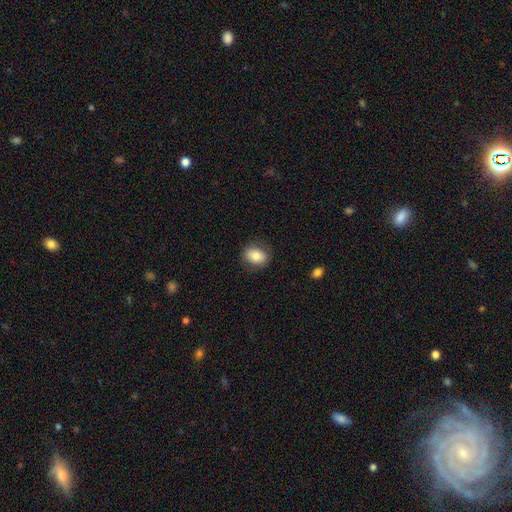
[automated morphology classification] Q: Smooth or featured?
A: smooth (83%); runner-up: featured or disk (9%)
Q: How rounded?
A: in between (66%); runner-up: round (33%)
Q: Merging?
A: none (84%); runner-up: minor disturbance (12%)